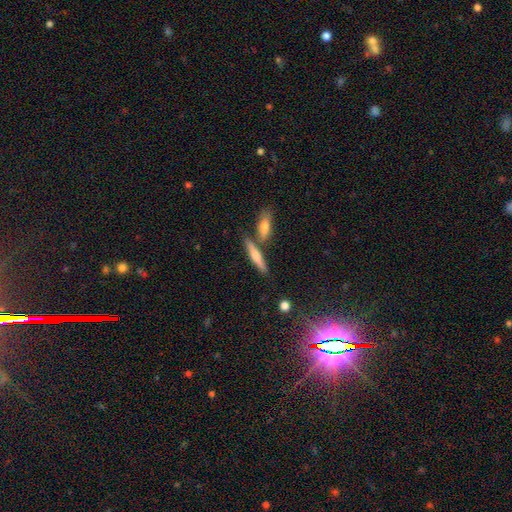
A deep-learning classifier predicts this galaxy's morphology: Smooth or featured: featured or disk — 49% (smooth — 42%)
Merging: none — 70% (merger — 19%)